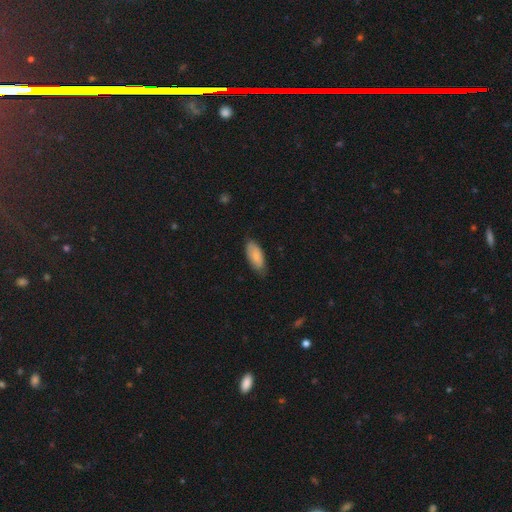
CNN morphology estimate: type=smooth (81%); roundness=in between (86%); merging=none (70%).